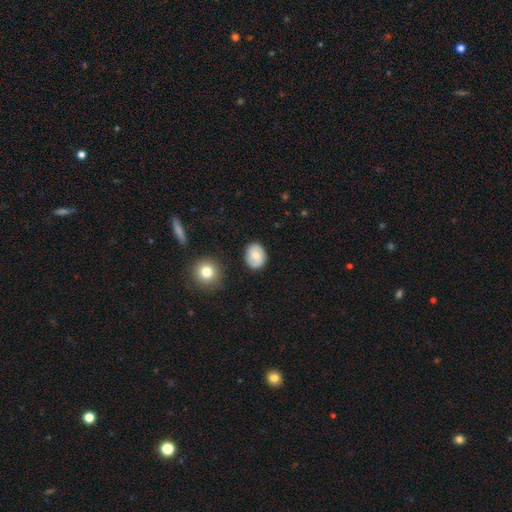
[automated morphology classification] Smooth or featured? smooth (62%)
How rounded? in between (50%)
Merging? none (84%)